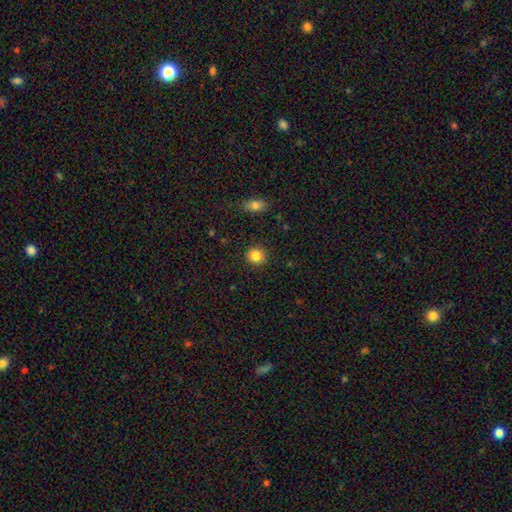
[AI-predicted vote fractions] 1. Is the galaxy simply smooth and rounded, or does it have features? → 85% smooth, 10% star or artifact, 5% featured or disk.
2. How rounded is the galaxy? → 85% round, 14% in between, 1% cigar-shaped.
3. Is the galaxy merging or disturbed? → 90% none, 6% minor disturbance, 2% major disturbance, 1% merger.